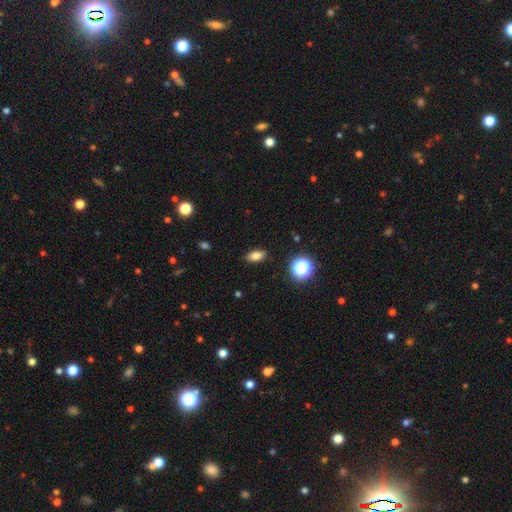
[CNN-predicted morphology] type=smooth (79%); roundness=in between (85%); merging=none (89%).